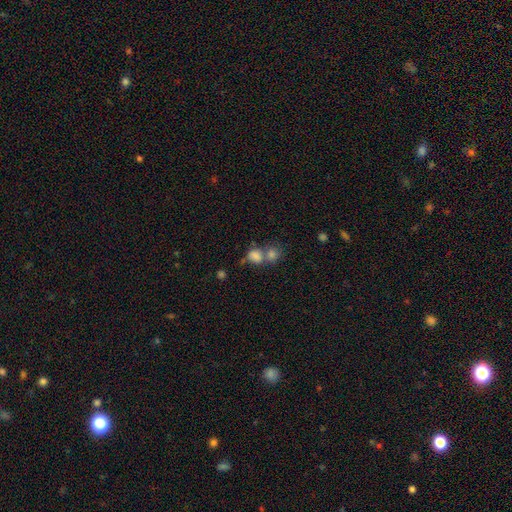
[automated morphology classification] type=smooth (79%); roundness=in between (51%); merging=merger (55%).